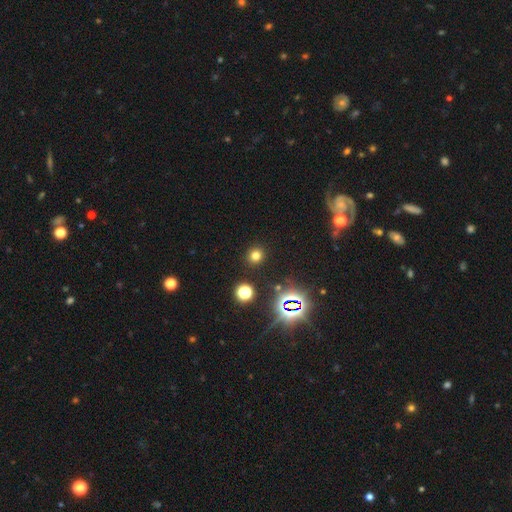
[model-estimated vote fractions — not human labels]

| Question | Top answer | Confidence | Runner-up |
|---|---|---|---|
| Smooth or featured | smooth | 69% | star or artifact (25%) |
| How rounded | round | 89% | in between (10%) |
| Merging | none | 90% | minor disturbance (6%) |